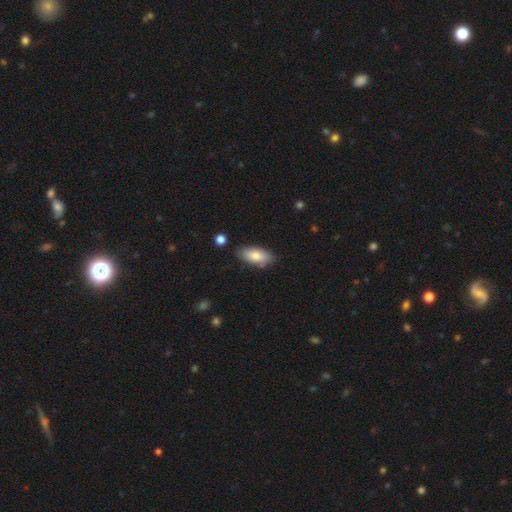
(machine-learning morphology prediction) Smooth or featured? smooth (79%)
How rounded? in between (89%)
Merging? none (81%)